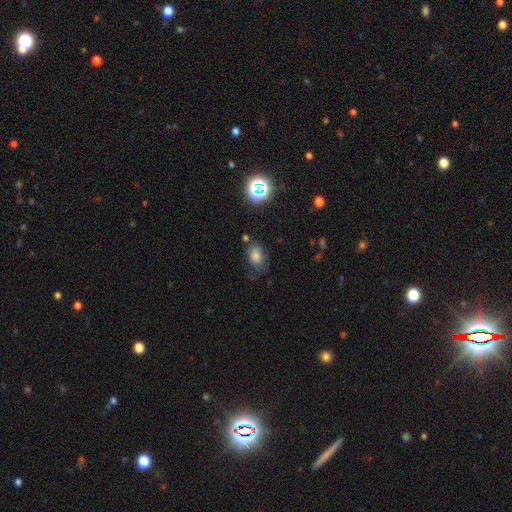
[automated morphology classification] Q: Smooth or featured?
A: smooth (74%); runner-up: star or artifact (16%)
Q: How rounded?
A: in between (83%); runner-up: round (15%)
Q: Merging?
A: none (62%); runner-up: minor disturbance (24%)